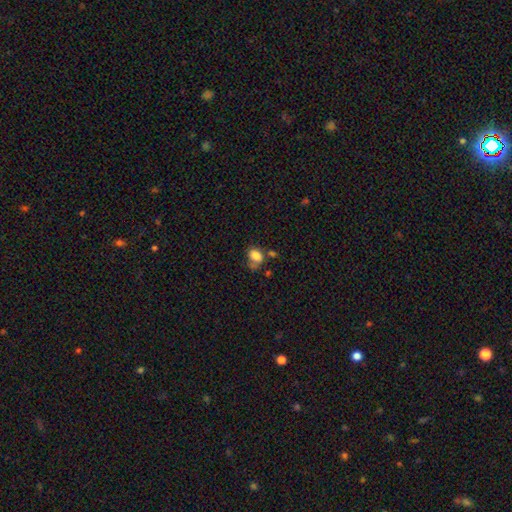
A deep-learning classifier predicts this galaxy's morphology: This appears to be a smooth galaxy with no disk features (81%) that is in between round and cigar-shaped (71%). Merging: none (44%).